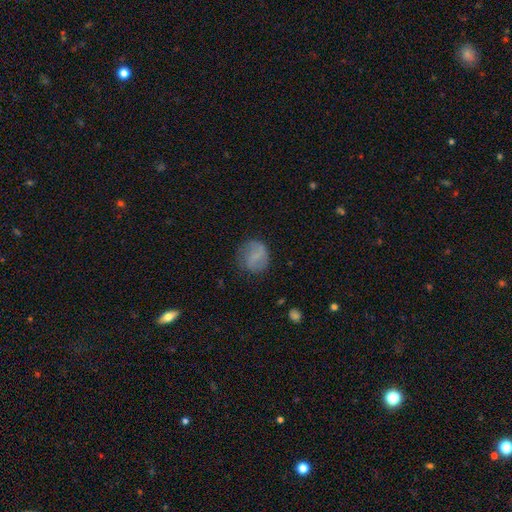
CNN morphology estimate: Smooth or featured?
  - smooth: 60% *
  - featured or disk: 31%
  - star or artifact: 9%
How rounded?
  - round: 79% *
  - in between: 19%
  - cigar-shaped: 1%
Merging?
  - none: 72% *
  - minor disturbance: 18%
  - major disturbance: 8%
  - merger: 1%